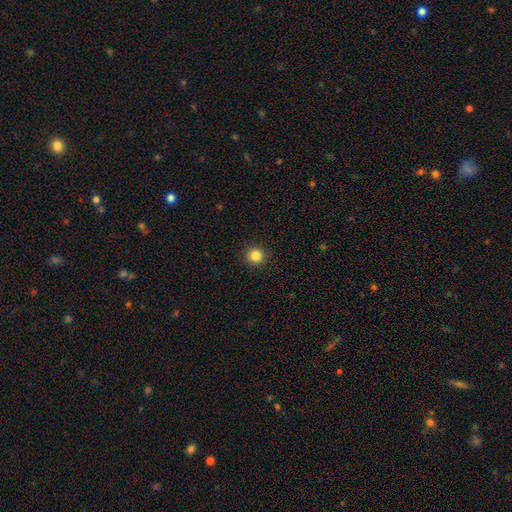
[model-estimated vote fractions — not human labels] Smooth or featured: smooth — 85% (star or artifact — 11%)
How rounded: round — 93% (in between — 6%)
Merging: none — 92% (minor disturbance — 5%)